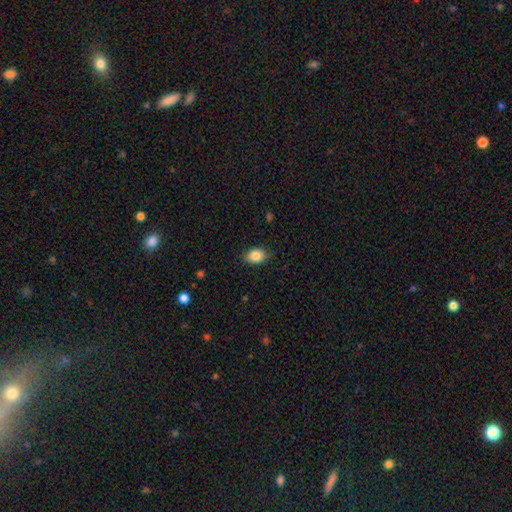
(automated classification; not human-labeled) smooth 86%, star or artifact 8%, featured or disk 5%. Down the decision tree: how rounded — in between (71%); merging — none (86%).